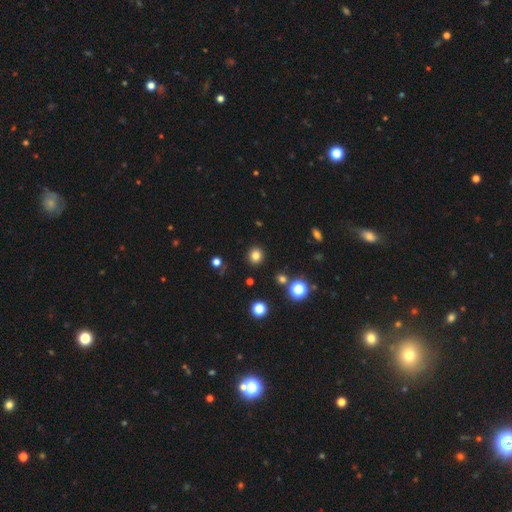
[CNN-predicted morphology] Q: Smooth or featured?
A: smooth (80%); runner-up: star or artifact (14%)
Q: How rounded?
A: round (85%); runner-up: in between (14%)
Q: Merging?
A: none (90%); runner-up: minor disturbance (6%)